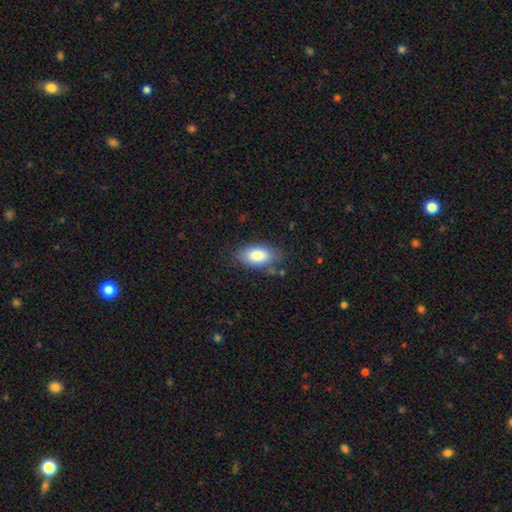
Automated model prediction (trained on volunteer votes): This is clearly a smooth galaxy (81%). How rounded: clearly in between (91%). Merging: likely none (75%).